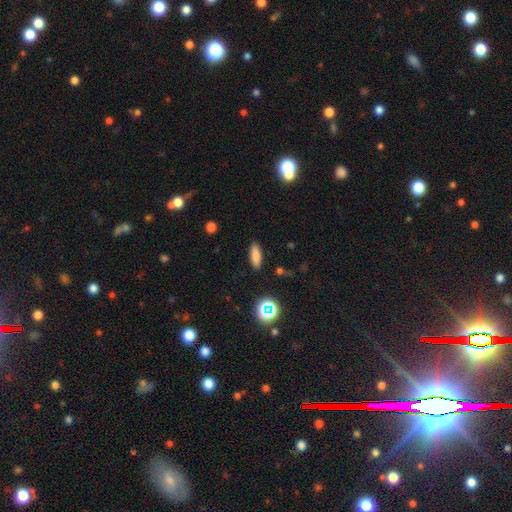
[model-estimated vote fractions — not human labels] Smooth or featured: smooth — 81% (star or artifact — 12%)
How rounded: in between — 61% (cigar-shaped — 36%)
Merging: none — 88% (minor disturbance — 8%)